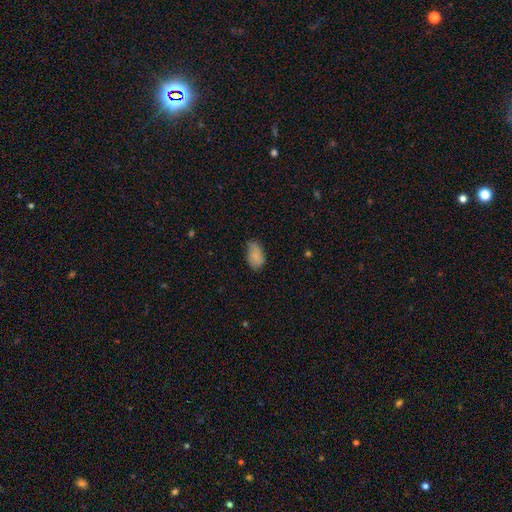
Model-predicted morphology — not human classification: A smooth galaxy with no disk features (79%) that is in between round and cigar-shaped (92%). Merging: none (52%).